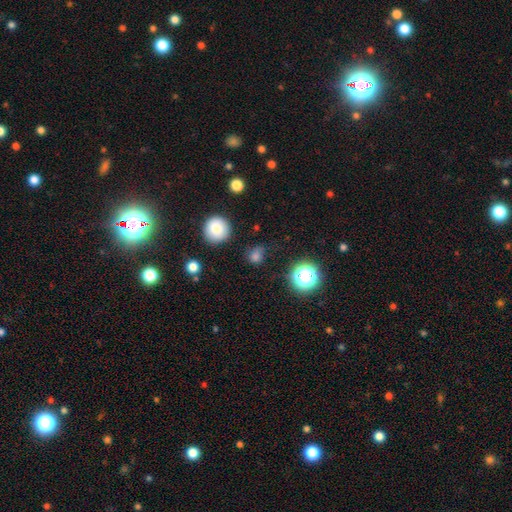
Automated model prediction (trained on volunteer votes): Smooth or featured: smooth — 71% (star or artifact — 21%)
How rounded: round — 76% (in between — 23%)
Merging: none — 65% (minor disturbance — 20%)